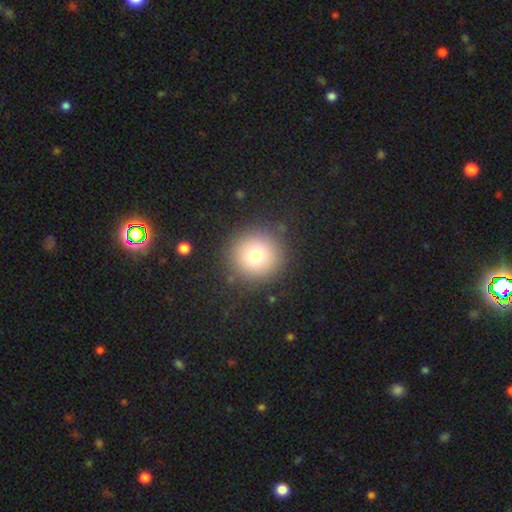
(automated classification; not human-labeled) Smooth or featured? smooth (74%)
How rounded? round (95%)
Merging? none (88%)